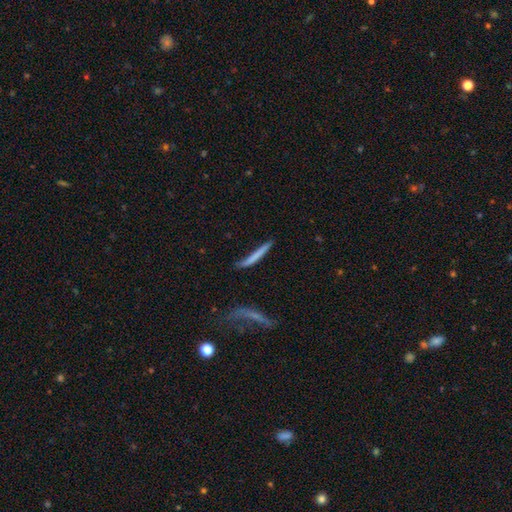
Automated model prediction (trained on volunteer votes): Q: Smooth or featured?
A: smooth (68%); runner-up: featured or disk (26%)
Q: How rounded?
A: cigar-shaped (95%); runner-up: in between (3%)
Q: Merging?
A: none (64%); runner-up: minor disturbance (21%)